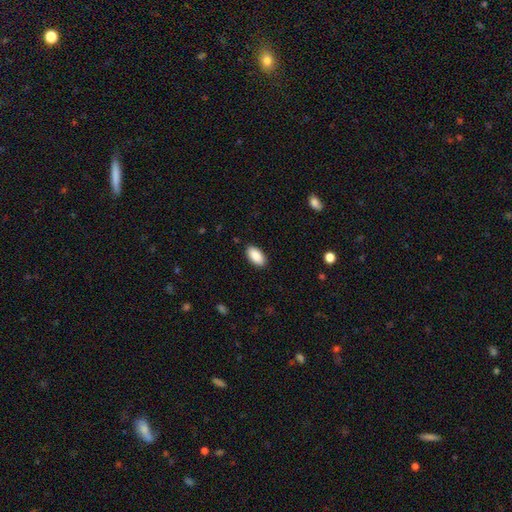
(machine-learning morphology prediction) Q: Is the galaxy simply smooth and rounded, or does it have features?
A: smooth — 89%.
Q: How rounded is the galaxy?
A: in between — 95%.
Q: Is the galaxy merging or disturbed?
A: none — 89%.